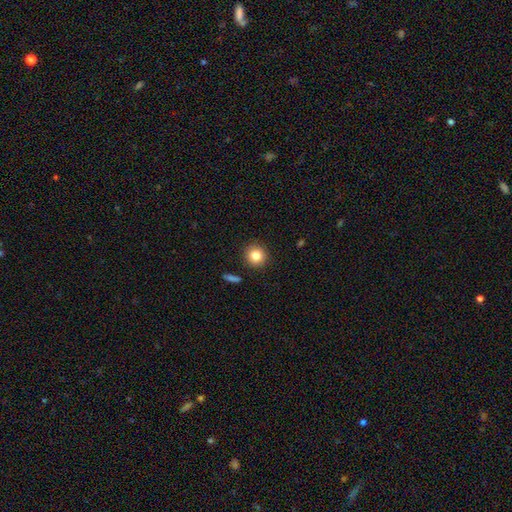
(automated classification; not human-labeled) The model was most divided on "smooth or featured": smooth: 83%, star or artifact: 10%, featured or disk: 7%. More confident: how rounded — round (92%); merging — none (90%).